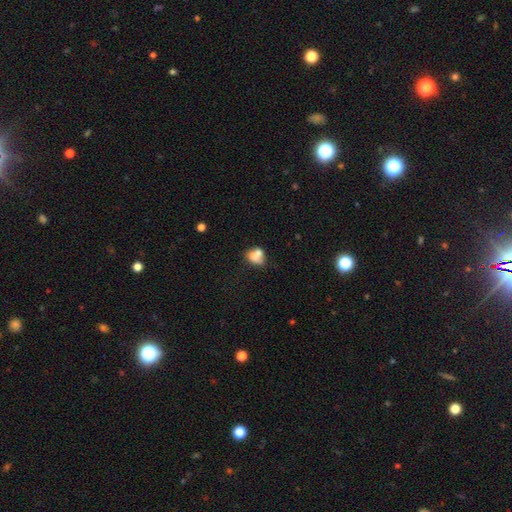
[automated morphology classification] smooth_or_featured: smooth (p=0.70) [alt: featured or disk p=0.20]
how_rounded: in between (p=0.56) [alt: round p=0.43]
merging: merger (p=0.48) [alt: none p=0.28]